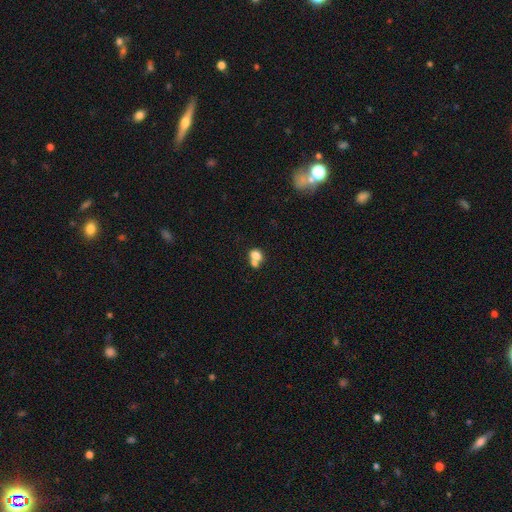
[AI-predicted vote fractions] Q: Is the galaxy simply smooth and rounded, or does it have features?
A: smooth — 76%.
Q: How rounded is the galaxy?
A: round — 52%.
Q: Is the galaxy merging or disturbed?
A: merger — 57%.